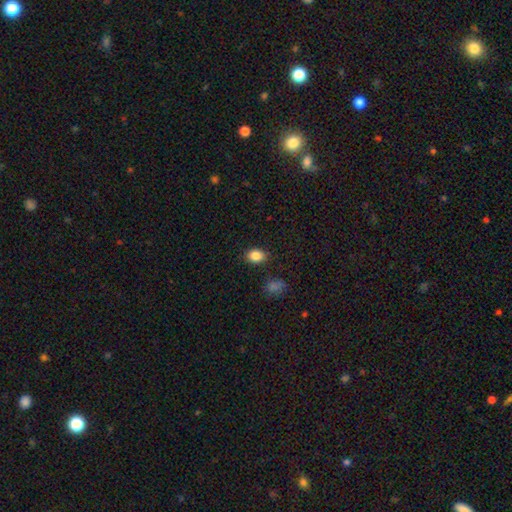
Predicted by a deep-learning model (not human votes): A smooth galaxy with no disk features (85%) that is in between round and cigar-shaped (61%).

Vote fractions:
- Smooth or featured? smooth: 85% / star or artifact: 10% / featured or disk: 5%
- How rounded? in between: 61% / round: 38% / cigar-shaped: 1%
- Merging? none: 86% / minor disturbance: 9% / major disturbance: 3% / merger: 2%